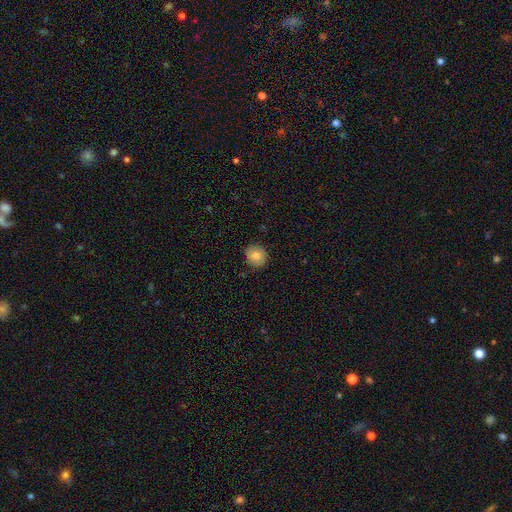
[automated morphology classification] Overall: smooth (81%). How rounded: round (89%). Merging: none (89%).